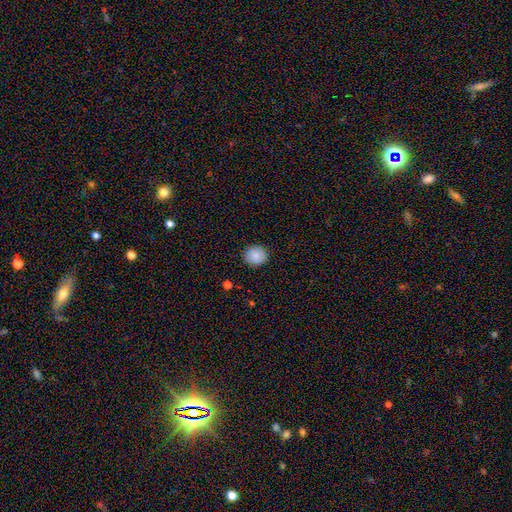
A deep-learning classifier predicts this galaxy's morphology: Q: Smooth or featured?
A: smooth (87%); runner-up: star or artifact (8%)
Q: How rounded?
A: round (81%); runner-up: in between (19%)
Q: Merging?
A: none (90%); runner-up: minor disturbance (7%)